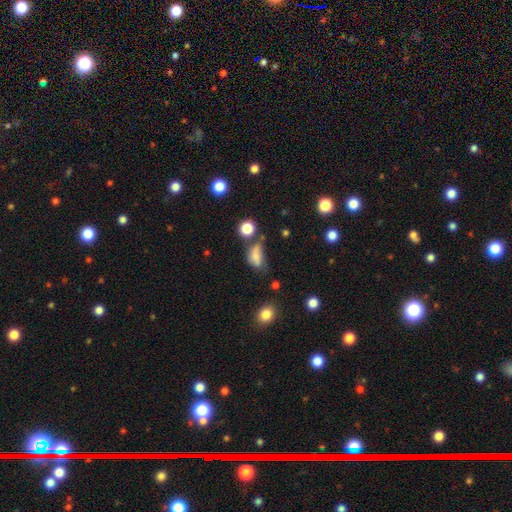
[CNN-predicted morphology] A smooth galaxy with no disk features (71%) that is in between round and cigar-shaped (79%).

Vote fractions:
- Smooth or featured? smooth: 71% / featured or disk: 15% / star or artifact: 14%
- How rounded? in between: 79% / round: 15% / cigar-shaped: 6%
- Merging? minor disturbance: 30% / none: 28% / major disturbance: 26% / merger: 16%